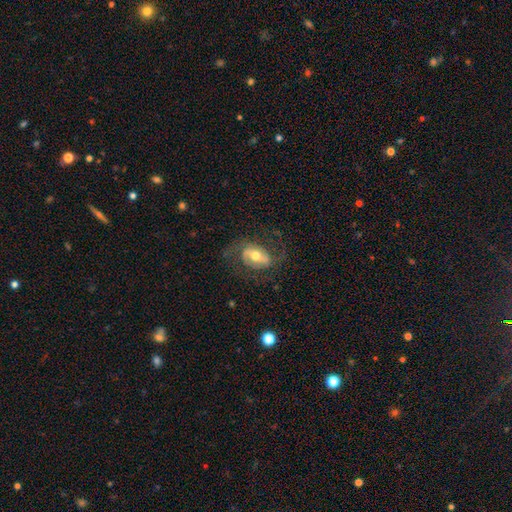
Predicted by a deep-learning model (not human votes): A featured or disk galaxy (74%) with a weak bar (42%), 2 (81%) medium (47%) spiral arms (88%) and a moderate central bulge (70%).

Vote fractions:
- Smooth or featured? featured or disk: 74% / smooth: 19% / star or artifact: 7%
- Edge-on disk? no: 95% / yes: 5%
- Bar? weak: 42% / strong: 35% / no: 24%
- Spiral arms? yes: 88% / no: 12%
- Spiral winding? medium: 47% / loose: 36% / tight: 17%
- Spiral arm count? 2: 81% / can't tell: 8% / 1: 5% / 3: 3% / 4: 1% / more than 4: 1%
- Bulge size? moderate: 70% / small: 19% / large: 9% / dominant: 1% / none: 1%
- Merging? none: 66% / major disturbance: 17% / minor disturbance: 16% / merger: 1%